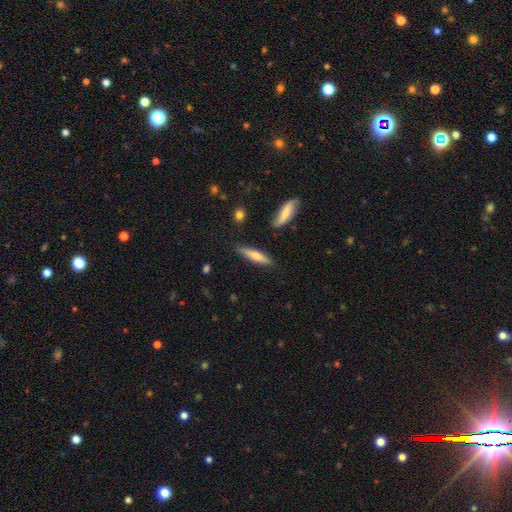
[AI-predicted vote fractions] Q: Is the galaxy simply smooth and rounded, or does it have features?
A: smooth — 63%.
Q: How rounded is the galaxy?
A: cigar-shaped — 81%.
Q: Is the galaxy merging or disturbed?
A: none — 83%.